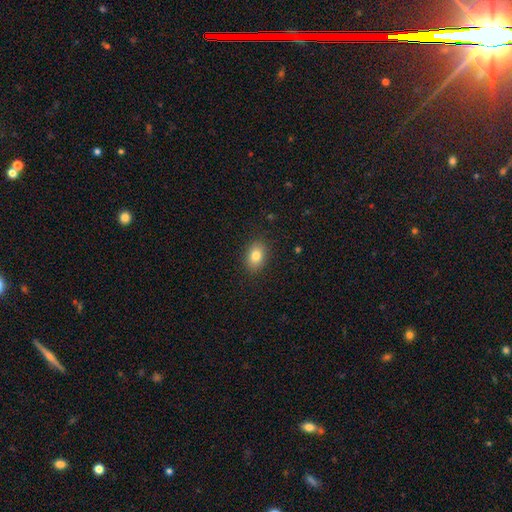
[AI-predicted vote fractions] This appears to be a smooth galaxy with no disk features (82%) that is in between round and cigar-shaped (76%). Merging: none (88%).